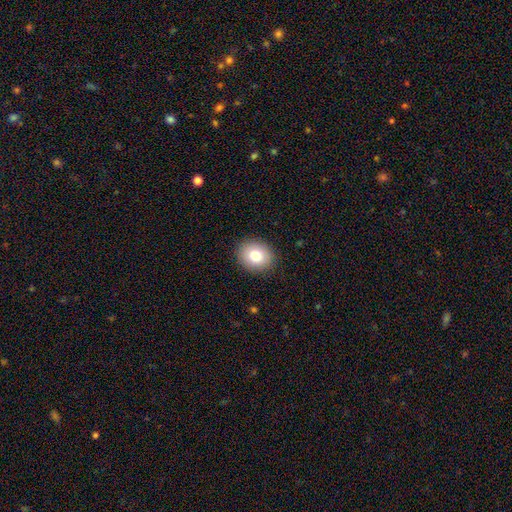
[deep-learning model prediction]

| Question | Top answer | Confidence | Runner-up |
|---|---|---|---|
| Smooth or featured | smooth | 81% | featured or disk (10%) |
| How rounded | round | 57% | in between (42%) |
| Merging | none | 90% | minor disturbance (7%) |